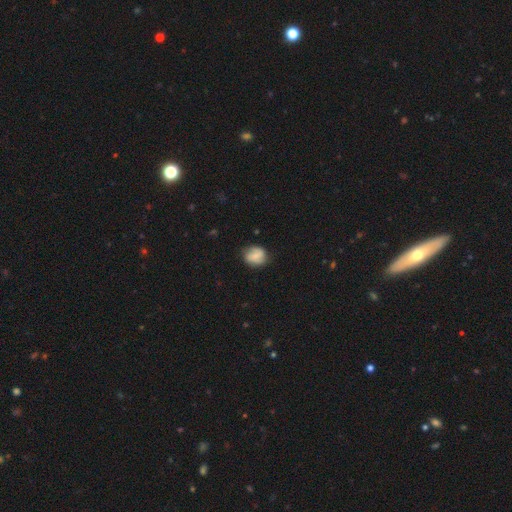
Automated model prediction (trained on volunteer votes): Q: Smooth or featured?
A: smooth (54%); runner-up: featured or disk (37%)
Q: How rounded?
A: round (64%); runner-up: in between (34%)
Q: Merging?
A: none (74%); runner-up: minor disturbance (20%)